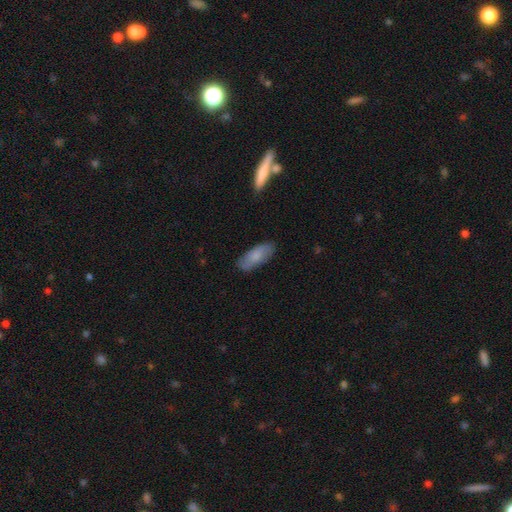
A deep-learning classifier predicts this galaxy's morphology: Smooth or featured? Predicted: smooth (p=0.76). How rounded? Predicted: in between (p=0.77). Merging? Predicted: none (p=0.83).